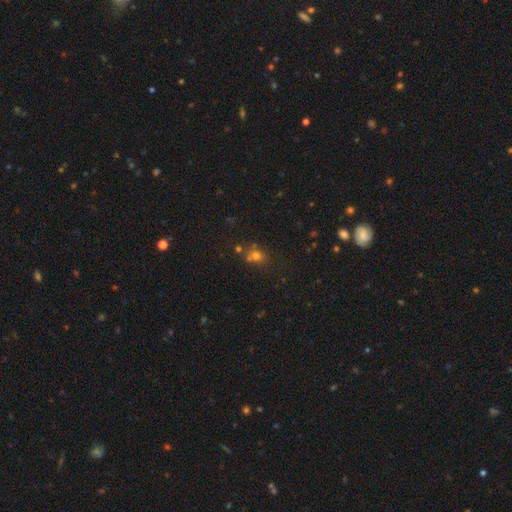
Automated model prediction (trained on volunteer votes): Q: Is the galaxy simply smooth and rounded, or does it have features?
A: smooth — 68%.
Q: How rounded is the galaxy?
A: round — 66%.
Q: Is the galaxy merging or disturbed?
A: none — 57%.